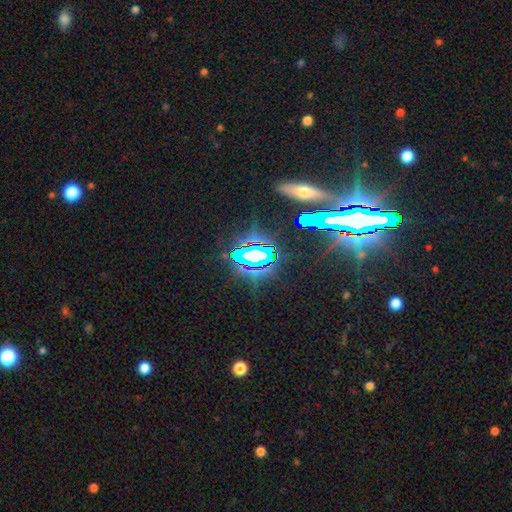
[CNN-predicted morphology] star or artifact 71%, featured or disk 15%, smooth 14%.